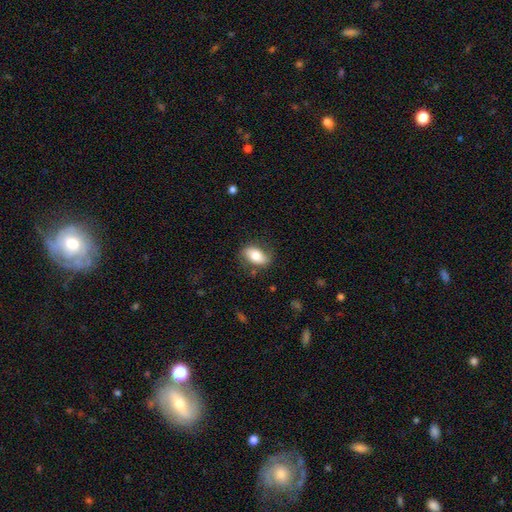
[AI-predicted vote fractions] Smooth or featured? smooth (73%)
How rounded? in between (89%)
Merging? none (76%)